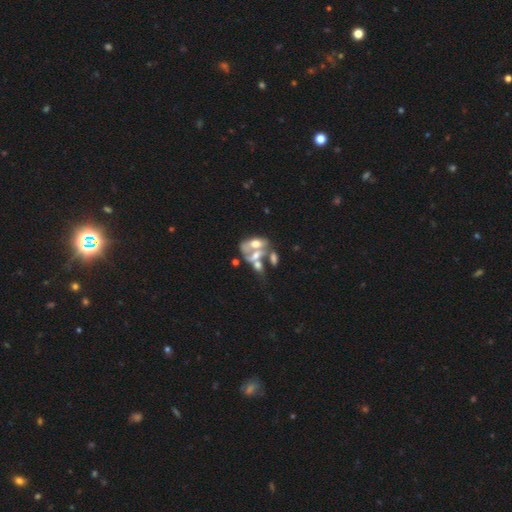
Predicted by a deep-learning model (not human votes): A featured or disk galaxy (58%) with no bar (86%), no spiral arms (86%) and a moderate central bulge (52%).

Vote fractions:
- Smooth or featured? featured or disk: 58% / smooth: 29% / star or artifact: 13%
- Edge-on disk? no: 92% / yes: 8%
- Bar? no: 86% / weak: 10% / strong: 5%
- Spiral arms? no: 86% / yes: 14%
- Bulge size? moderate: 52% / none: 17% / small: 16% / large: 12% / dominant: 3%
- Merging? merger: 63% / none: 15% / major disturbance: 14% / minor disturbance: 8%